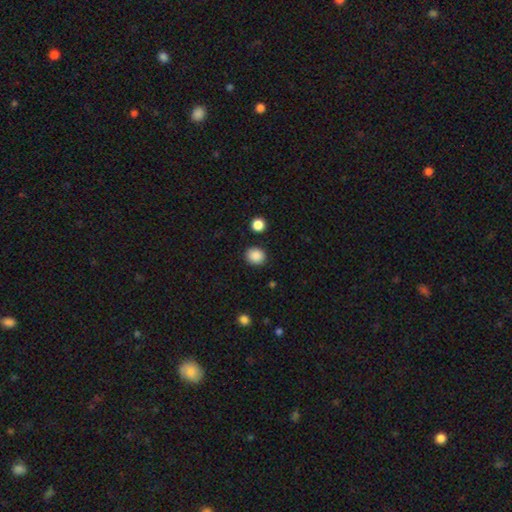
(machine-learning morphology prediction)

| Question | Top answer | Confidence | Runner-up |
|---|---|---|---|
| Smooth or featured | smooth | 88% | star or artifact (9%) |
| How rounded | round | 76% | in between (23%) |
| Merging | none | 88% | minor disturbance (7%) |